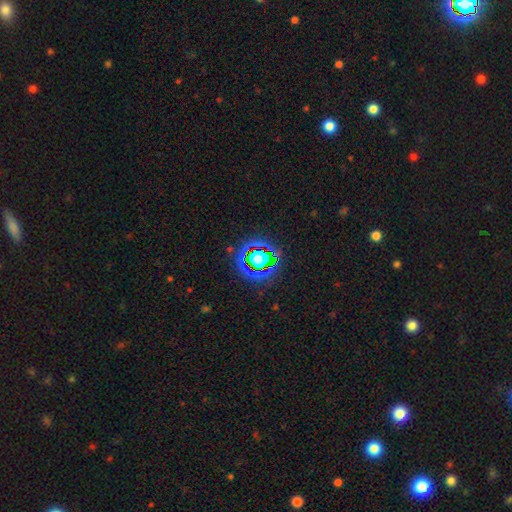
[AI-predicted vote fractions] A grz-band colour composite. It shows a star or artifact, not a galaxy (72%).